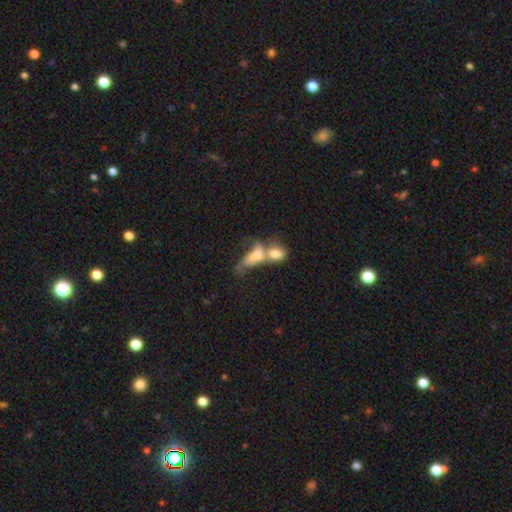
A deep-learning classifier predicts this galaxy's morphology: A smooth galaxy with no disk features (64%) that is in between round and cigar-shaped (79%). Merging: merger (73%).